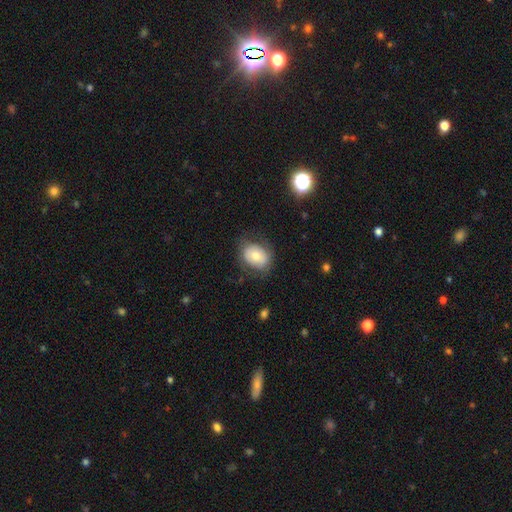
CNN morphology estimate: smooth 70%, featured or disk 22%, star or artifact 8%. Down the decision tree: how rounded — in between (64%); merging — none (73%).